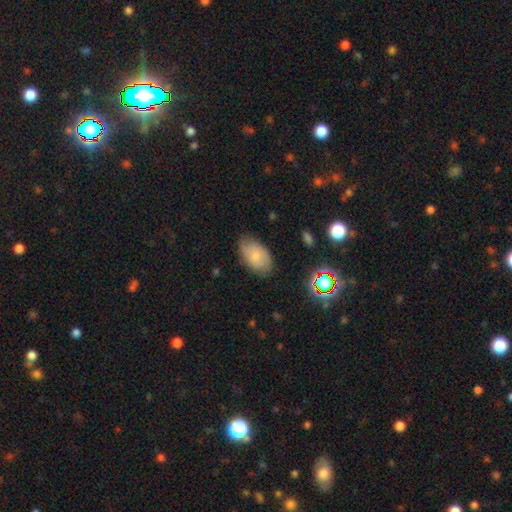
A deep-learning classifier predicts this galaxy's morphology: smooth-or-featured: smooth: 71% | featured or disk: 20% | star or artifact: 8%
  how-rounded: in between: 92% | round: 6% | cigar-shaped: 1%
  merging: none: 75% | minor disturbance: 20% | major disturbance: 4% | merger: 1%